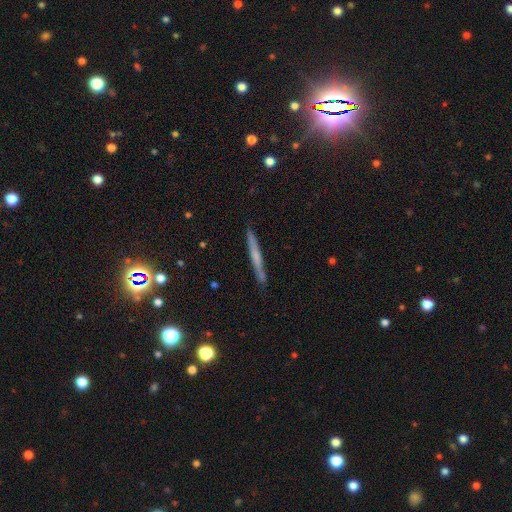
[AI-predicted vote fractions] smooth-or-featured: featured or disk: 49% | smooth: 42% | star or artifact: 9%
  merging: none: 89% | minor disturbance: 8% | major disturbance: 2% | merger: 1%